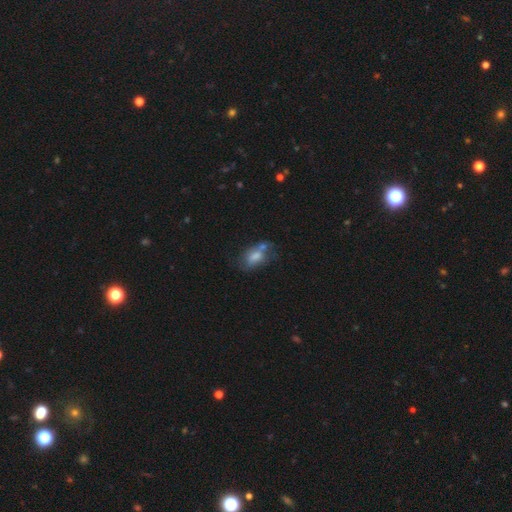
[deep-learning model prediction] This appears to be a smooth galaxy with no disk features (63%) that is in between round and cigar-shaped (85%). Merging: none (40%).